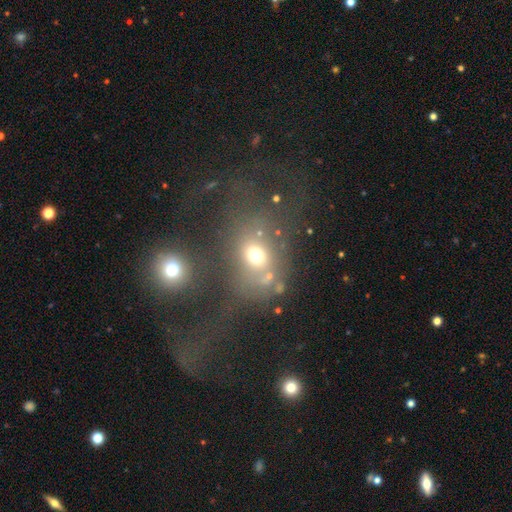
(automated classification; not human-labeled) Smooth or featured: smooth — 63% (star or artifact — 21%)
How rounded: round — 53% (in between — 45%)
Merging: none — 53% (minor disturbance — 17%)